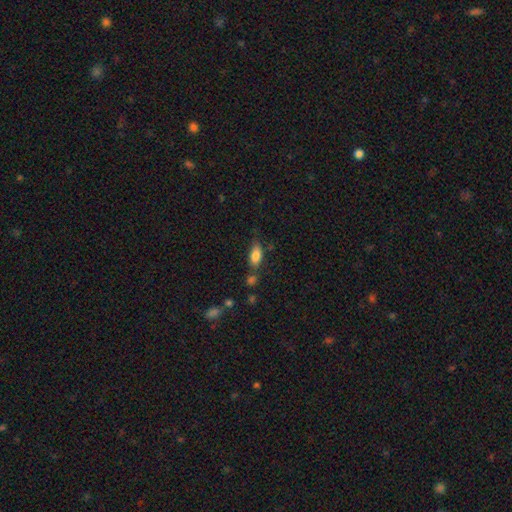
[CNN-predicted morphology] Smooth or featured? Predicted: smooth (p=0.82). How rounded? Predicted: in between (p=0.85). Merging? Predicted: none (p=0.63).